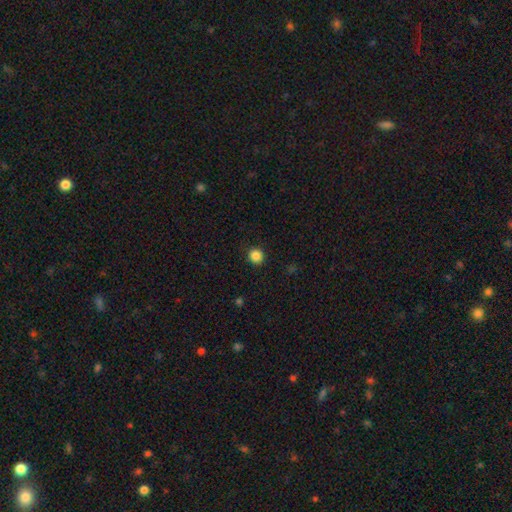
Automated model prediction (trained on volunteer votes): smooth-or-featured: smooth: 86% | star or artifact: 11% | featured or disk: 3%
  how-rounded: round: 91% | in between: 8% | cigar-shaped: 1%
  merging: none: 91% | minor disturbance: 6% | major disturbance: 2% | merger: 1%